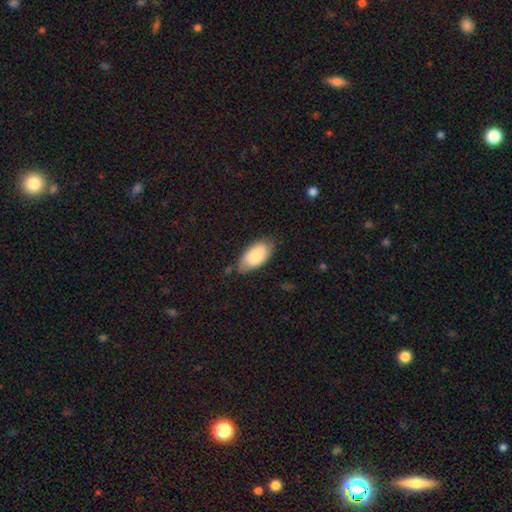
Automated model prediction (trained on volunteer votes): The model was most divided on "merging": none: 68%, minor disturbance: 24%, major disturbance: 5%, merger: 2%. More confident: how rounded — in between (94%); smooth or featured — smooth (76%).